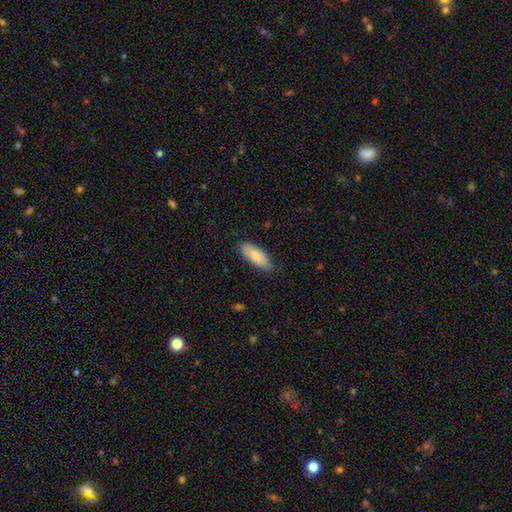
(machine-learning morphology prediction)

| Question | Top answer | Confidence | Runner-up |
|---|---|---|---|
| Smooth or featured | smooth | 82% | featured or disk (13%) |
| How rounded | in between | 77% | cigar-shaped (21%) |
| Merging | none | 78% | minor disturbance (19%) |